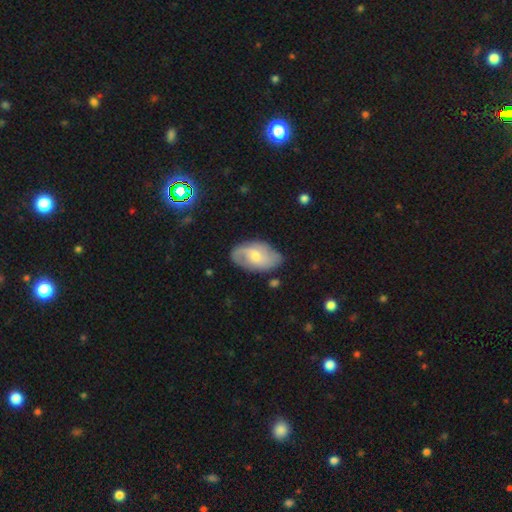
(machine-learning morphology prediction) Smooth or featured? Predicted: featured or disk (p=0.58). Edge-on disk? Predicted: no (p=0.94). Bar? Predicted: no (p=0.50). Spiral arms? Predicted: yes (p=0.83). Bulge size? Predicted: moderate (p=0.49). Merging? Predicted: none (p=0.72).